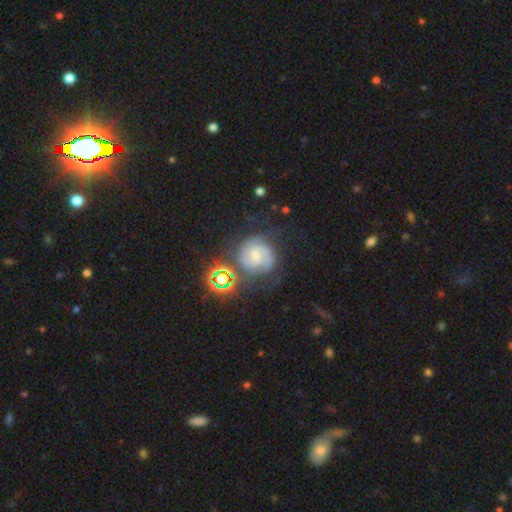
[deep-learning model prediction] featured or disk 76%, smooth 13%, star or artifact 11%. Down the decision tree: edge-on disk — no (98%); bar — no (49%); spiral arms — yes (96%); spiral arm count — 2 (66%); spiral winding — tight (46%); bulge size — small (60%); merging — none (63%).